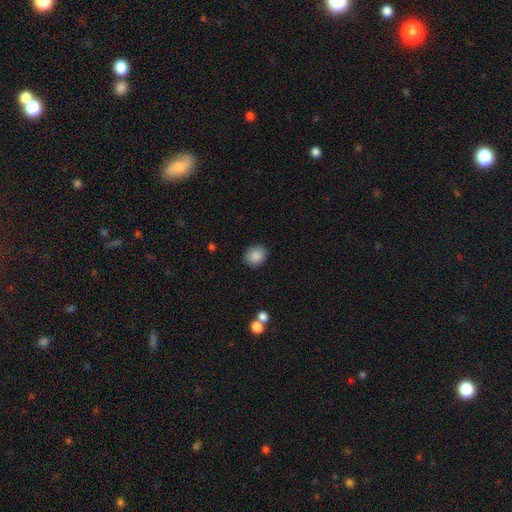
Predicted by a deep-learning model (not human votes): Smooth or featured? Predicted: smooth (p=0.88). How rounded? Predicted: round (p=0.69). Merging? Predicted: none (p=0.88).